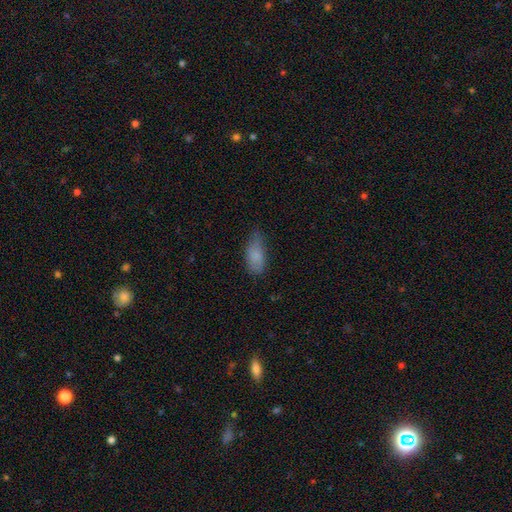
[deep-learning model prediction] The model was most divided on "merging": none: 51%, minor disturbance: 37%, major disturbance: 10%, merger: 2%. More confident: how rounded — in between (84%); smooth or featured — smooth (82%).